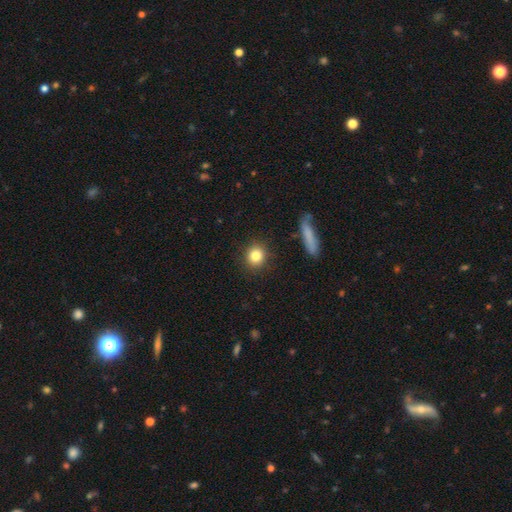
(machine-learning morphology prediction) A smooth galaxy with no disk features (83%) that is round (83%).

Vote fractions:
- Smooth or featured? smooth: 83% / star or artifact: 10% / featured or disk: 7%
- How rounded? round: 83% / in between: 16% / cigar-shaped: 2%
- Merging? none: 90% / minor disturbance: 7% / major disturbance: 2% / merger: 2%